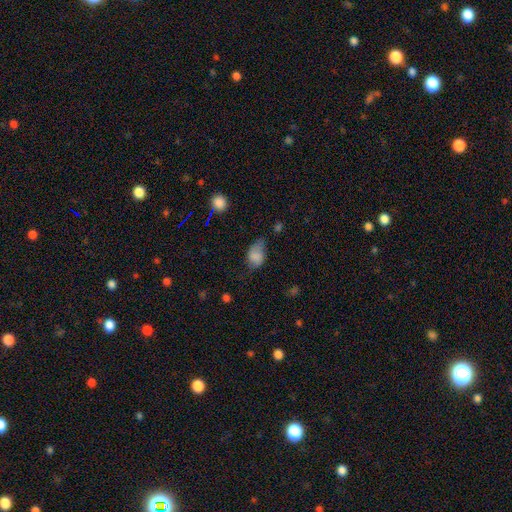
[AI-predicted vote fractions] This appears to be a smooth galaxy with no disk features (72%) that is in between round and cigar-shaped (81%). Merging: minor disturbance (41%).